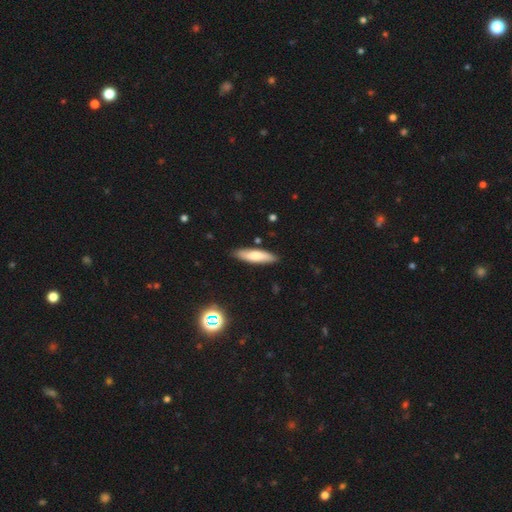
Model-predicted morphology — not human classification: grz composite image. It shows a smooth galaxy with no disk features (72%) that is cigar-shaped (69%). Merging: none (87%).